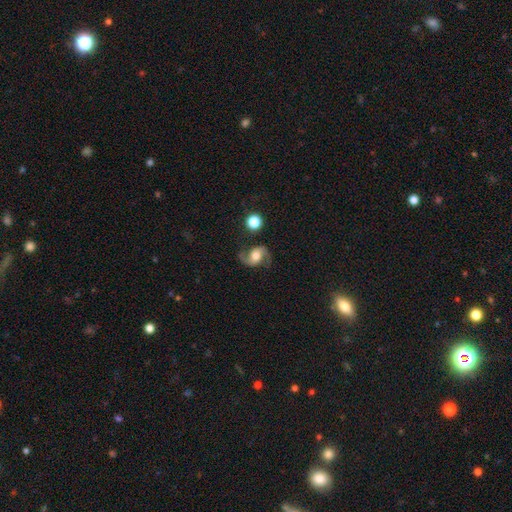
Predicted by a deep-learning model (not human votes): featured or disk 81%, smooth 12%, star or artifact 7%. Down the decision tree: edge-on disk — no (98%); bar — no (56%); spiral arms — yes (96%); spiral arm count — 2 (93%); spiral winding — loose (53%); bulge size — moderate (55%); merging — none (75%).